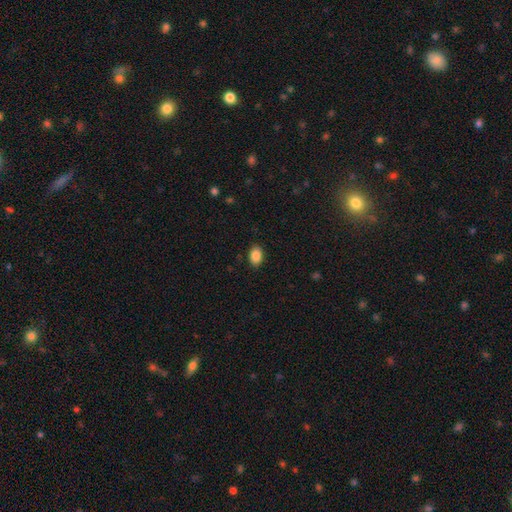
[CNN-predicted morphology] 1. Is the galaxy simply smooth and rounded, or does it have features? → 88% smooth, 8% star or artifact, 4% featured or disk.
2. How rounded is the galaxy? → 87% in between, 11% round, 1% cigar-shaped.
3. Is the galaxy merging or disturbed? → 88% none, 8% minor disturbance, 2% major disturbance, 1% merger.